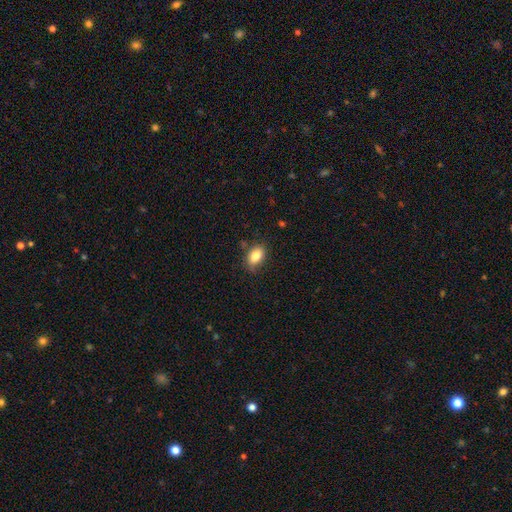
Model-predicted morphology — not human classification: Q: Smooth or featured?
A: smooth (83%); runner-up: star or artifact (9%)
Q: How rounded?
A: in between (86%); runner-up: round (12%)
Q: Merging?
A: none (75%); runner-up: minor disturbance (18%)